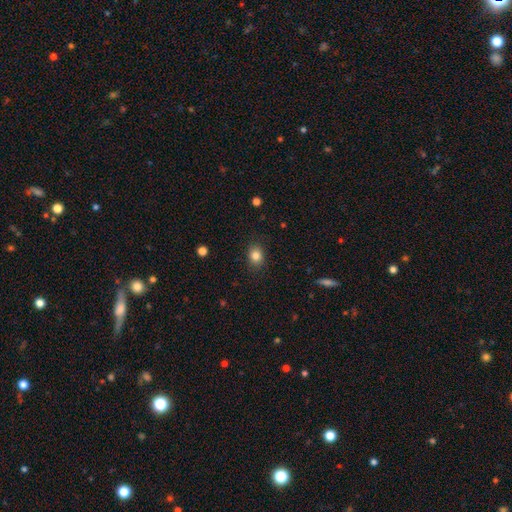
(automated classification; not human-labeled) A smooth galaxy with no disk features (83%) that is round (56%). Merging: none (87%).